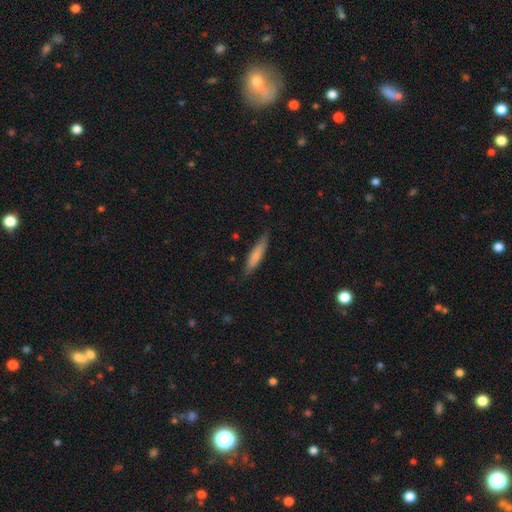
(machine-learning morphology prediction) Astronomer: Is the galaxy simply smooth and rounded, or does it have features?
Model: smooth — 75%.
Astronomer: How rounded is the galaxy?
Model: cigar-shaped — 86%.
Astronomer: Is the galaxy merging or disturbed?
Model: none — 78%.